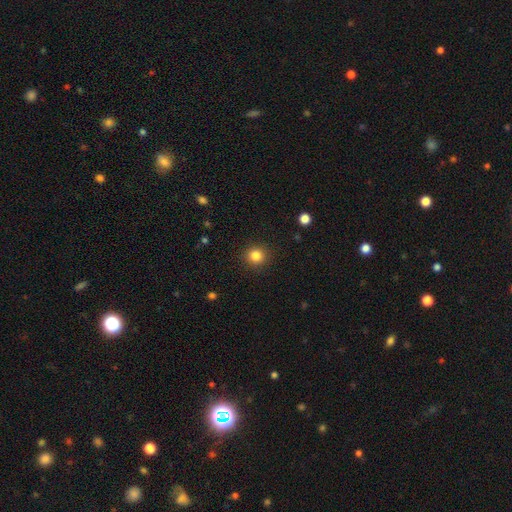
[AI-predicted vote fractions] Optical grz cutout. It shows a smooth galaxy with no disk features (84%) that is round (90%). Merging: none (90%).